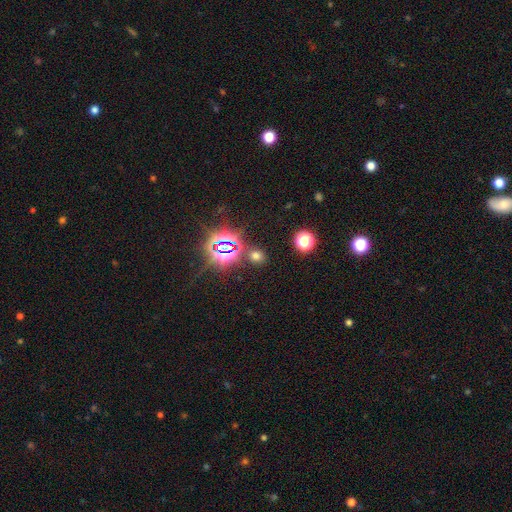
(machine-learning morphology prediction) This is possibly a smooth galaxy (56%). How rounded: likely round (73%). Merging: clearly none (84%).